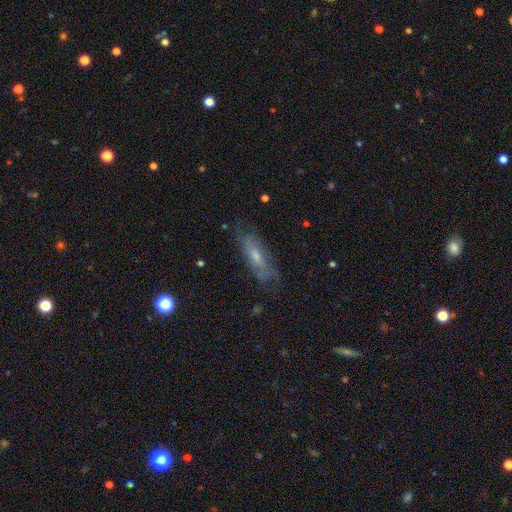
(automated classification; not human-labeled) smooth-or-featured: featured or disk: 49% | smooth: 41% | star or artifact: 10%
  merging: none: 72% | minor disturbance: 19% | major disturbance: 7% | merger: 2%